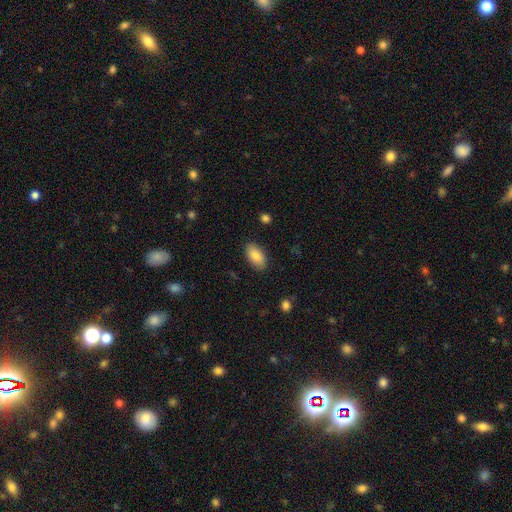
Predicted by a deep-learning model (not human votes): Smooth or featured? Predicted: smooth (p=0.85). How rounded? Predicted: in between (p=0.94). Merging? Predicted: none (p=0.86).